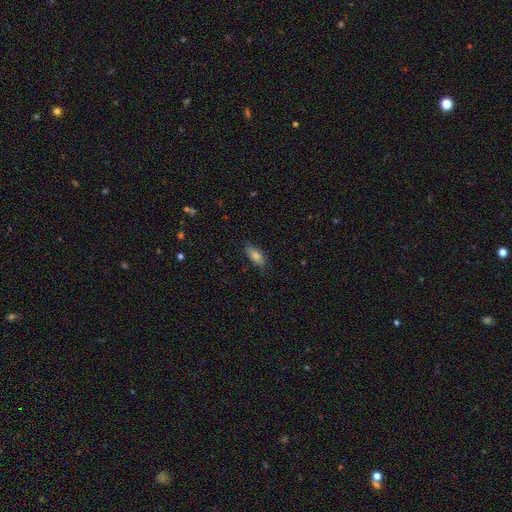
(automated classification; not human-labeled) Q: Smooth or featured?
A: smooth (74%); runner-up: featured or disk (17%)
Q: How rounded?
A: in between (70%); runner-up: cigar-shaped (27%)
Q: Merging?
A: none (78%); runner-up: minor disturbance (17%)